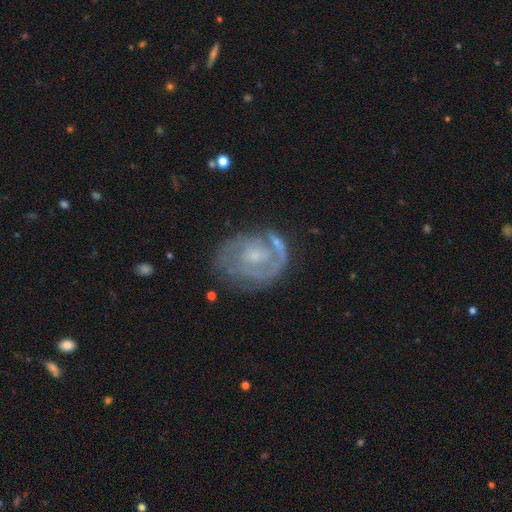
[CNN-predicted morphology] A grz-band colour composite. It shows a featured or disk galaxy (80%) with no bar (64%), 2 (44%) tight (58%) spiral arms (89%) and a small central bulge (67%). Merging: none (64%).